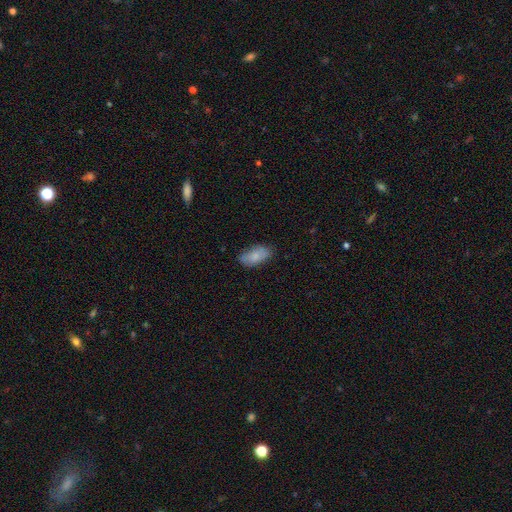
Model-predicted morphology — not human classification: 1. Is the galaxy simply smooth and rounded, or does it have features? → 81% smooth, 13% featured or disk, 7% star or artifact.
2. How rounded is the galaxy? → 91% in between, 5% cigar-shaped, 3% round.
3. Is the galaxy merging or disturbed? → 76% none, 19% minor disturbance, 4% major disturbance, 1% merger.